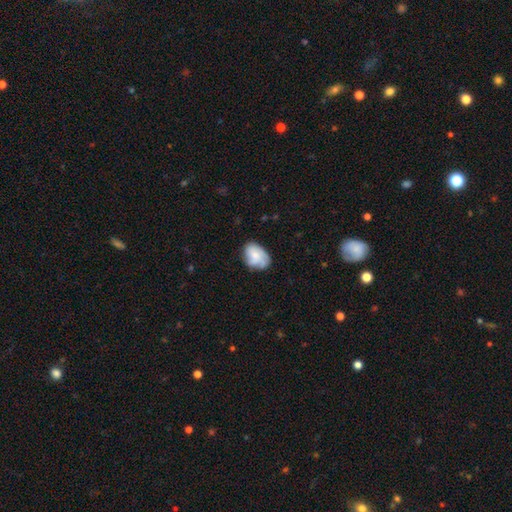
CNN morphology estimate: The model was most divided on "smooth or featured": smooth: 58%, featured or disk: 34%, star or artifact: 8%. More confident: how rounded — in between (77%); merging — none (63%).